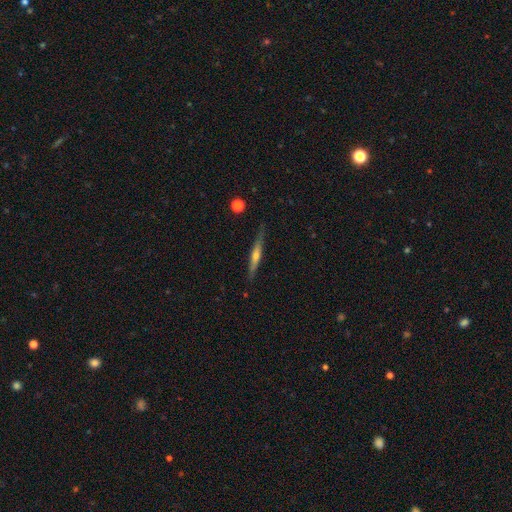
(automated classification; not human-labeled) Smooth or featured? Predicted: featured or disk (p=0.66). Edge-on disk? Predicted: yes (p=0.96). Edge-on bulge? Predicted: rounded (p=0.76). Merging? Predicted: none (p=0.85).